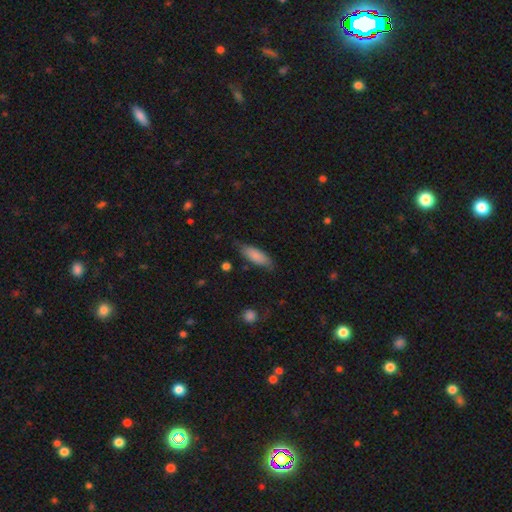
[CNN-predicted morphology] The model was most divided on "how rounded": in between: 65%, cigar-shaped: 33%, round: 2%. More confident: smooth or featured — smooth (83%); merging — none (74%).